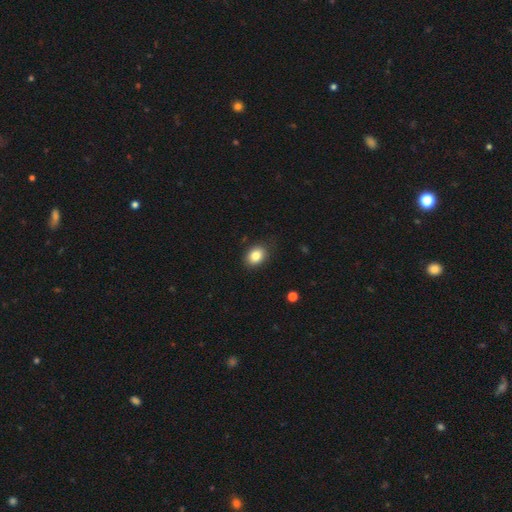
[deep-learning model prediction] This appears to be a smooth galaxy with no disk features (84%) that is in between round and cigar-shaped (62%). Merging: none (84%).